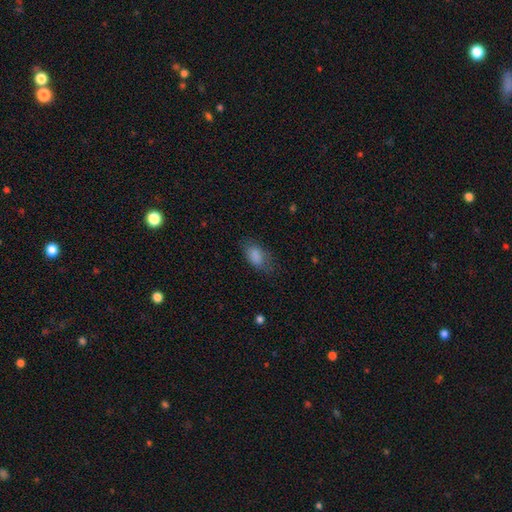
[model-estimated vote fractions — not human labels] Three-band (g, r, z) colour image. It shows a smooth galaxy with no disk features (85%) that is in between round and cigar-shaped (91%). Merging: none (69%).